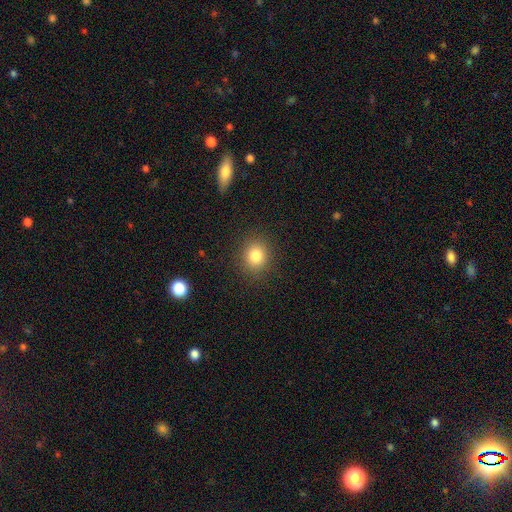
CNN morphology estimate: Smooth or featured: smooth — 82% (star or artifact — 12%)
How rounded: round — 75% (in between — 24%)
Merging: none — 89% (minor disturbance — 7%)